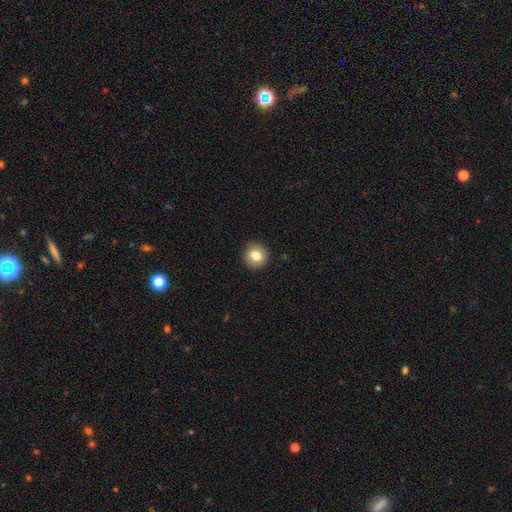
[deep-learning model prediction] Smooth or featured?
  - smooth: 81% *
  - featured or disk: 10%
  - star or artifact: 10%
How rounded?
  - round: 92% *
  - in between: 7%
  - cigar-shaped: 1%
Merging?
  - none: 91% *
  - minor disturbance: 6%
  - major disturbance: 2%
  - merger: 1%